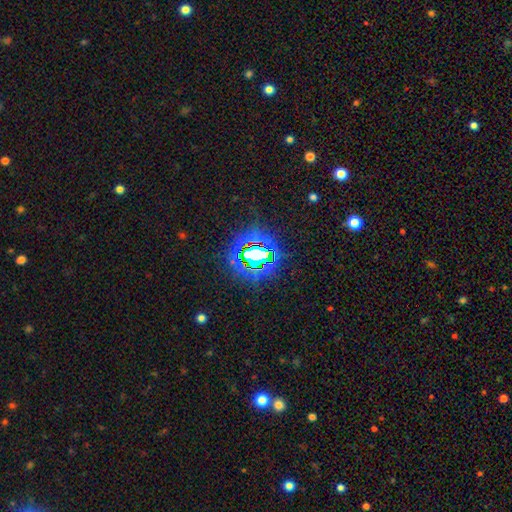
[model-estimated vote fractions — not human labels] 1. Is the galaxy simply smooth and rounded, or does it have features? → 78% star or artifact, 12% smooth, 10% featured or disk.